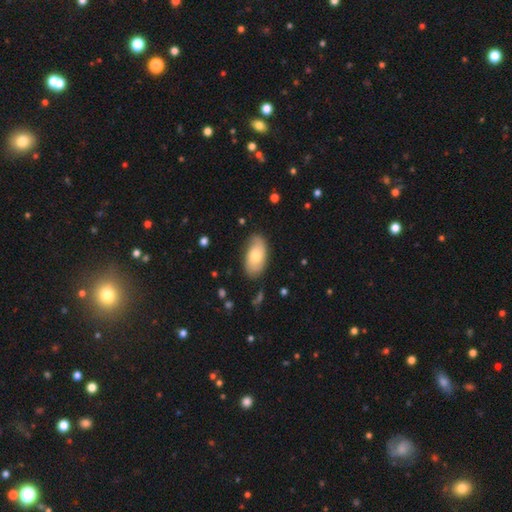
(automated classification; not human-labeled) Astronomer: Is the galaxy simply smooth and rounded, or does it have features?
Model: smooth — 64%.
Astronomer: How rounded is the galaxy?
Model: in between — 94%.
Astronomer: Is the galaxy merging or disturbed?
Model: none — 76%.